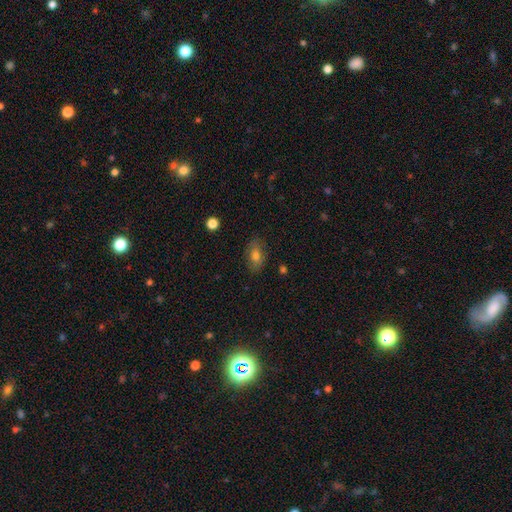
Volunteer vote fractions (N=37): smooth_or_featured: smooth (p=0.68) [alt: featured or disk p=0.27]
how_rounded: in between (p=0.88) [alt: round p=0.08]
merging: none (p=0.83) [alt: minor disturbance p=0.11]